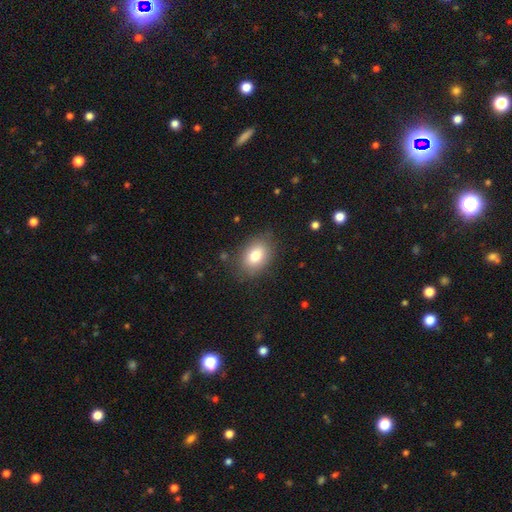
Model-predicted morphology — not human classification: smooth_or_featured: smooth (p=0.80) [alt: featured or disk p=0.11]
how_rounded: in between (p=0.80) [alt: round p=0.18]
merging: none (p=0.81) [alt: minor disturbance p=0.14]